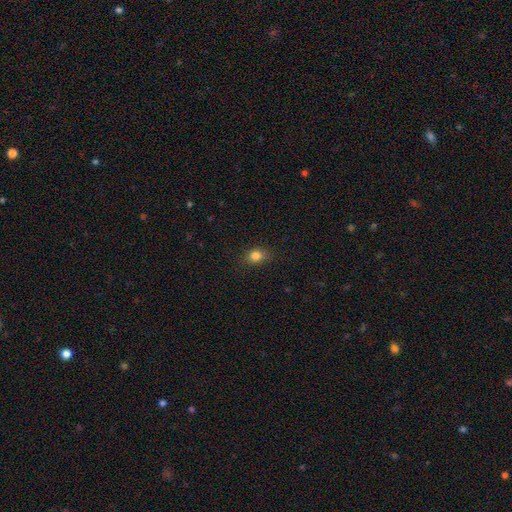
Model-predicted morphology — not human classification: Smooth or featured? smooth (82%)
How rounded? in between (50%)
Merging? none (81%)